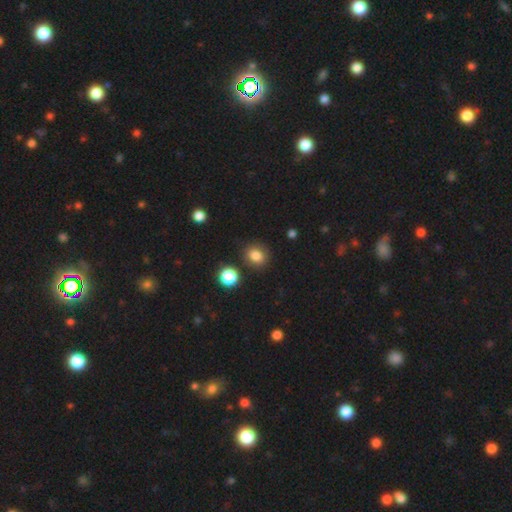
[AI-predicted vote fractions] The model was most divided on "how rounded": round: 70%, in between: 29%, cigar-shaped: 1%. More confident: smooth or featured — smooth (83%); merging — none (82%).